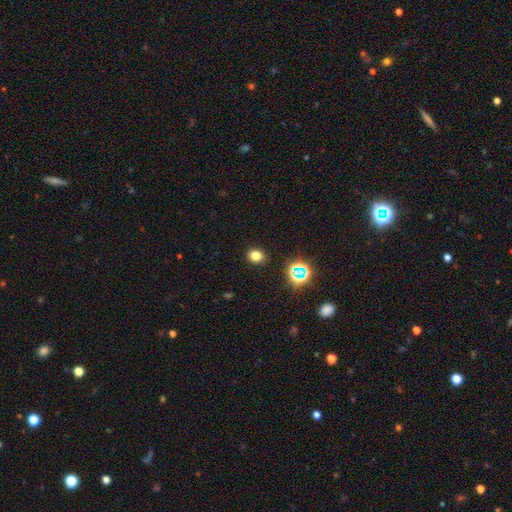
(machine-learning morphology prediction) Smooth or featured?
  - smooth: 75% *
  - star or artifact: 18%
  - featured or disk: 6%
How rounded?
  - round: 59% *
  - in between: 40%
  - cigar-shaped: 1%
Merging?
  - none: 89% *
  - minor disturbance: 7%
  - major disturbance: 2%
  - merger: 1%